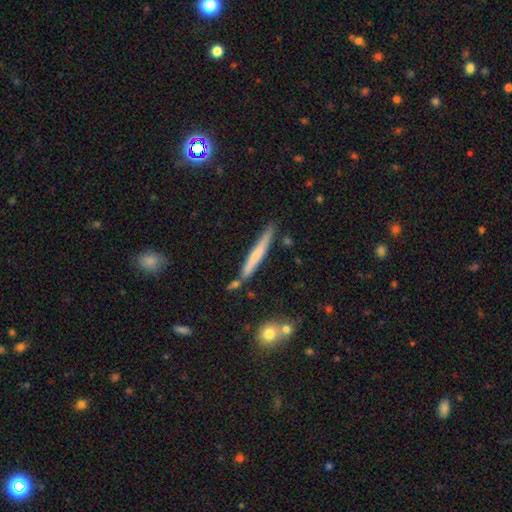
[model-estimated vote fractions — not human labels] Smooth or featured? Predicted: smooth (p=0.54). How rounded? Predicted: cigar-shaped (p=0.96). Merging? Predicted: none (p=0.81).